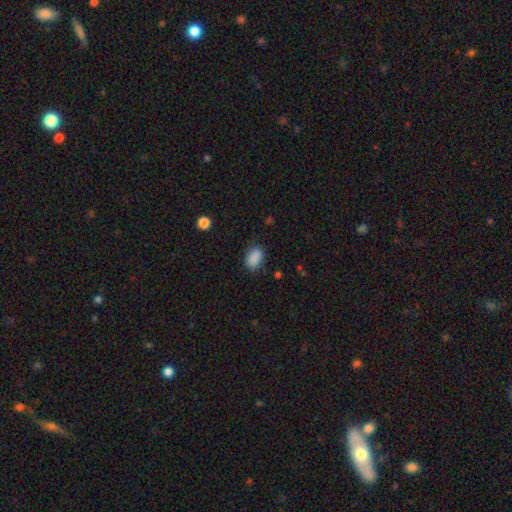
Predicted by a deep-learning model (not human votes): This appears to be a smooth galaxy with no disk features (88%) that is in between round and cigar-shaped (87%). Merging: none (81%).